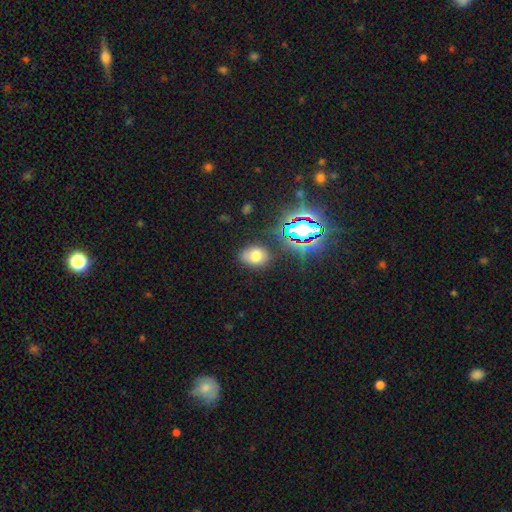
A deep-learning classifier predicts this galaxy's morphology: smooth 69%, star or artifact 19%, featured or disk 12%. Down the decision tree: how rounded — in between (66%); merging — none (75%).